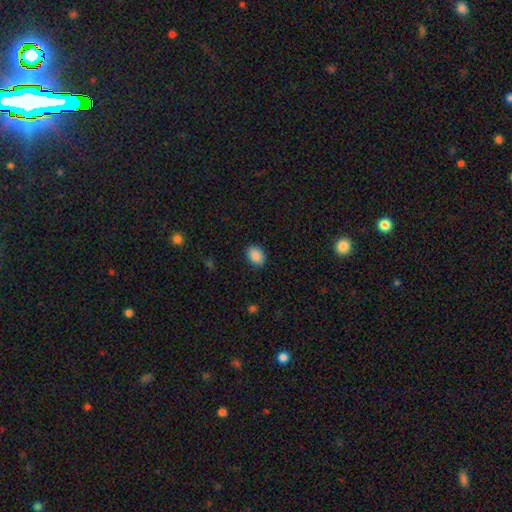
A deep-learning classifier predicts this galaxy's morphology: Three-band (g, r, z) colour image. It shows a smooth galaxy with no disk features (89%) that is in between round and cigar-shaped (72%). Merging: none (86%).